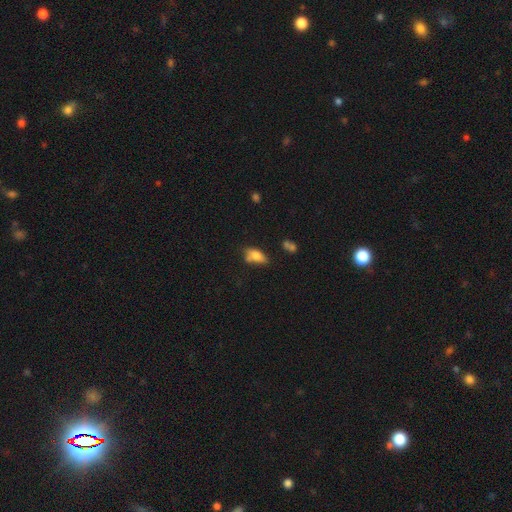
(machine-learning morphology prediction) Overall: smooth (76%). How rounded: in between (86%). Merging: none (49%; minor disturbance 27%).